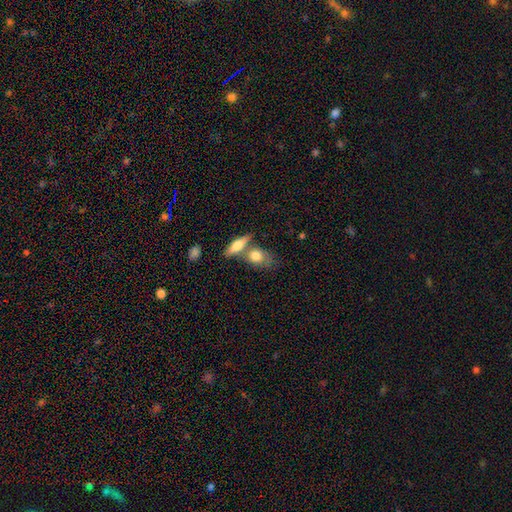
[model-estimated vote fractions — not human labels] The model was most divided on "merging": none: 43%, merger: 40%, minor disturbance: 12%, major disturbance: 5%. More confident: smooth or featured — smooth (75%); how rounded — in between (68%).